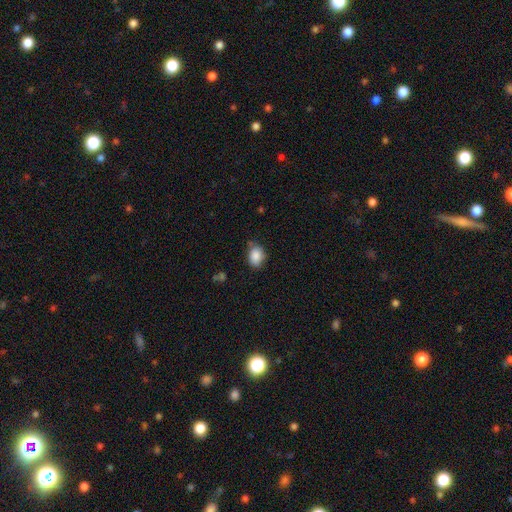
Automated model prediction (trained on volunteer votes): Smooth or featured? smooth (87%)
How rounded? in between (71%)
Merging? none (71%)